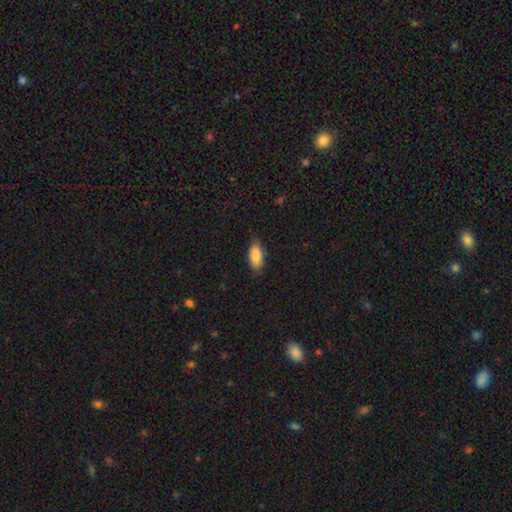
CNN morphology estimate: Smooth or featured?
  - smooth: 87% *
  - featured or disk: 7%
  - star or artifact: 6%
How rounded?
  - in between: 89% *
  - cigar-shaped: 9%
  - round: 2%
Merging?
  - none: 83% *
  - minor disturbance: 14%
  - major disturbance: 3%
  - merger: 1%